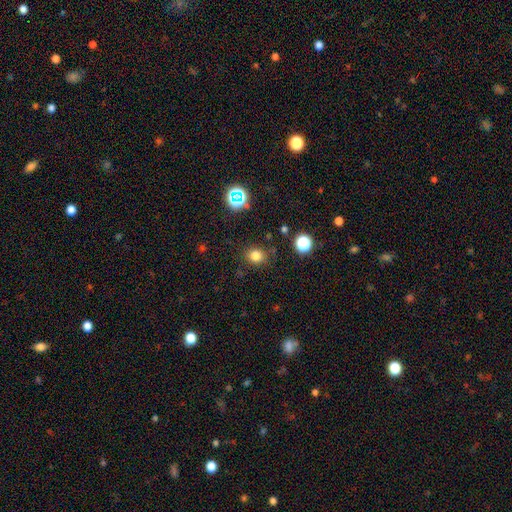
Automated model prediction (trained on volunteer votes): This appears to be a smooth galaxy with no disk features (78%) that is round (75%). Merging: none (83%).